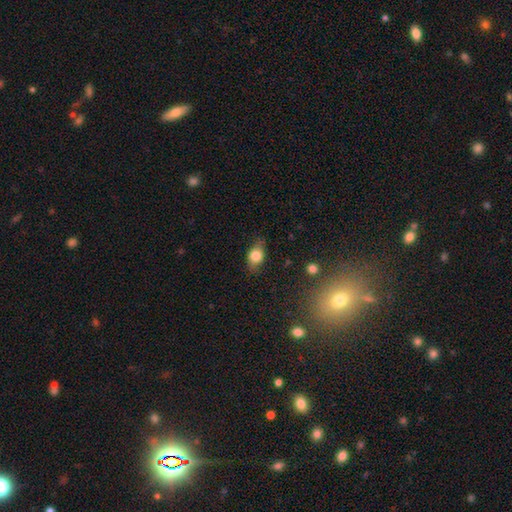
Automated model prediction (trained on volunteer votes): Smooth or featured: smooth — 77% (featured or disk — 14%)
How rounded: in between — 77% (round — 20%)
Merging: none — 75% (minor disturbance — 20%)